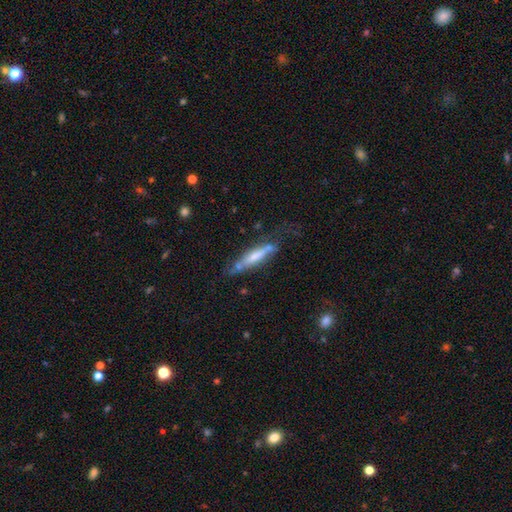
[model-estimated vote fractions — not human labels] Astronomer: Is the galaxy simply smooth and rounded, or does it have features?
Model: smooth — 47%, tied with featured or disk at 47%.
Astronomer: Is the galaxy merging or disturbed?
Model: none — 52%.